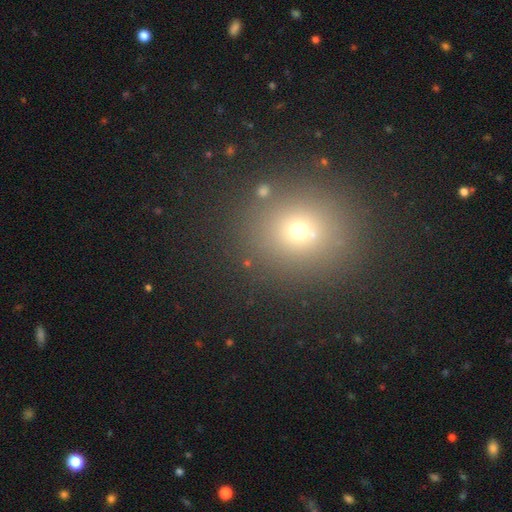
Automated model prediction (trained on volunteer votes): A smooth galaxy with no disk features (63%) that is round (78%).

Vote fractions:
- Smooth or featured? smooth: 63% / star or artifact: 29% / featured or disk: 8%
- How rounded? round: 78% / in between: 21% / cigar-shaped: 1%
- Merging? none: 89% / minor disturbance: 6% / major disturbance: 3% / merger: 2%